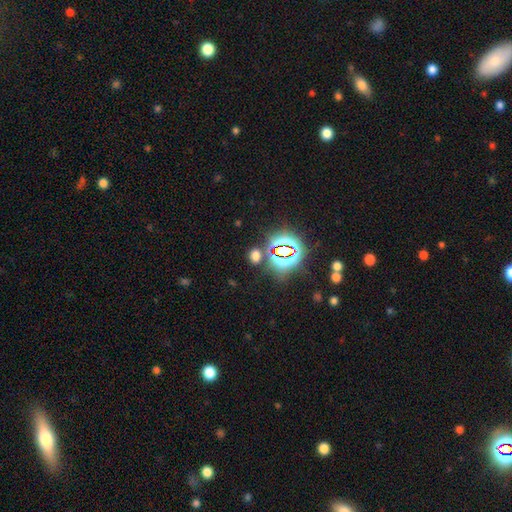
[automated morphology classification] smooth_or_featured: smooth (p=0.53) [alt: star or artifact p=0.41]
how_rounded: in between (p=0.51) [alt: round p=0.47]
merging: none (p=0.79) [alt: minor disturbance p=0.09]